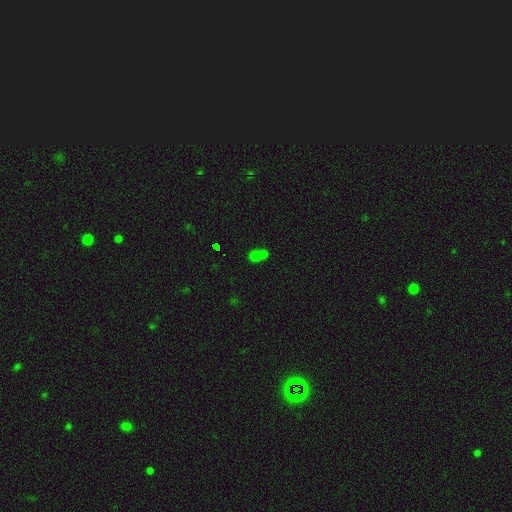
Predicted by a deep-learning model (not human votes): Smooth or featured: smooth — 63% (star or artifact — 25%)
How rounded: round — 78% (in between — 20%)
Merging: merger — 51% (none — 40%)